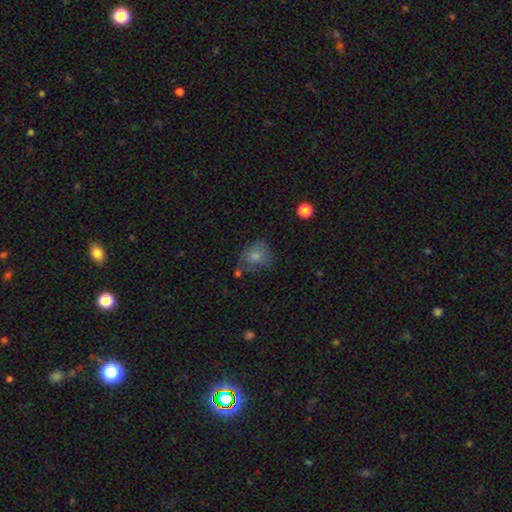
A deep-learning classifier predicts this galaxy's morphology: smooth_or_featured: smooth (p=0.74) [alt: featured or disk p=0.16]
how_rounded: round (p=0.57) [alt: in between p=0.42]
merging: none (p=0.45) [alt: minor disturbance p=0.28]